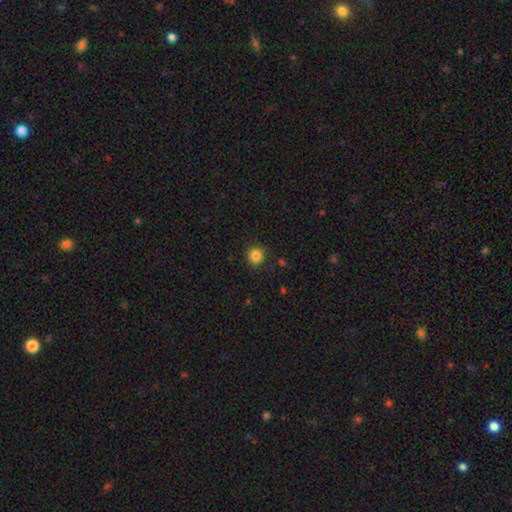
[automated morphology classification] Overall: smooth (85%). How rounded: round (92%). Merging: none (90%).